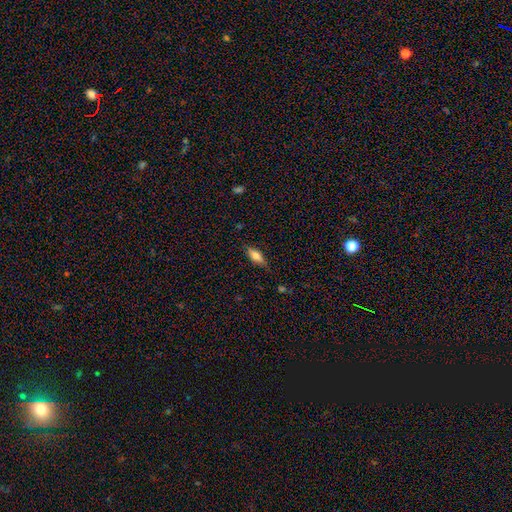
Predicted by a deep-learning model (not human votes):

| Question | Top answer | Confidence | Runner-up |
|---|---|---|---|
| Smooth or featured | smooth | 63% | featured or disk (29%) |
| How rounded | in between | 68% | cigar-shaped (28%) |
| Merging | none | 78% | minor disturbance (17%) |